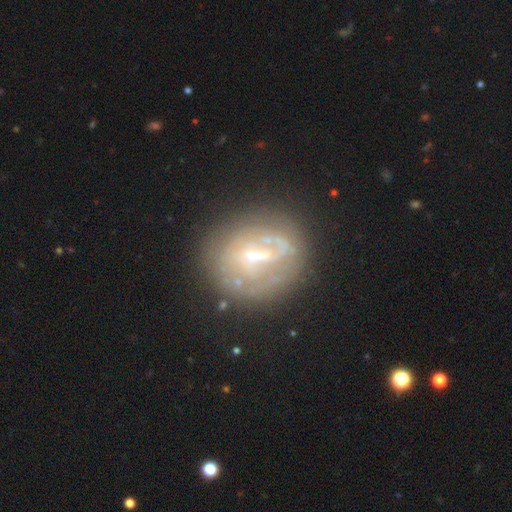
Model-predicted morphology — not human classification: Smooth or featured?
  - featured or disk: 64% *
  - smooth: 26%
  - star or artifact: 10%
Edge-on disk?
  - no: 96% *
  - yes: 4%
Bar?
  - weak: 41% *
  - strong: 30%
  - no: 29%
Spiral arms?
  - no: 59% *
  - yes: 41%
Bulge size?
  - small: 40% *
  - moderate: 32%
  - none: 21%
  - large: 5%
  - dominant: 2%
Merging?
  - none: 64% *
  - minor disturbance: 19%
  - major disturbance: 13%
  - merger: 4%